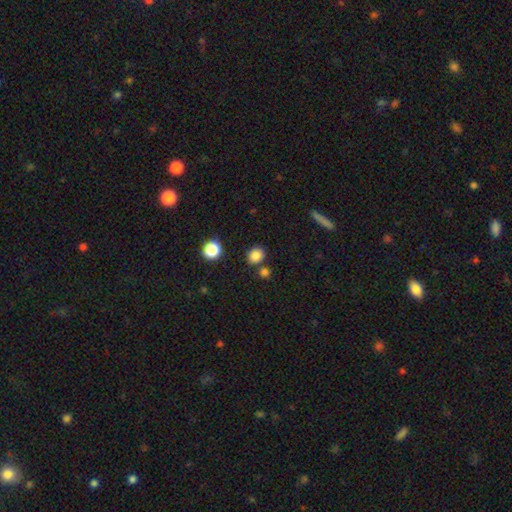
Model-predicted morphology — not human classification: A smooth galaxy with no disk features (82%) that is round (75%).

Vote fractions:
- Smooth or featured? smooth: 82% / star or artifact: 13% / featured or disk: 5%
- How rounded? round: 75% / in between: 25% / cigar-shaped: 1%
- Merging? none: 77% / merger: 11% / minor disturbance: 9% / major disturbance: 3%